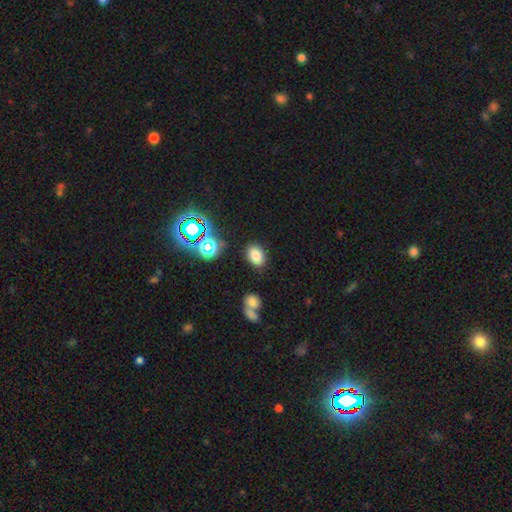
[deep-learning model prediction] A smooth galaxy with no disk features (77%) that is in between round and cigar-shaped (79%). Merging: none (83%).